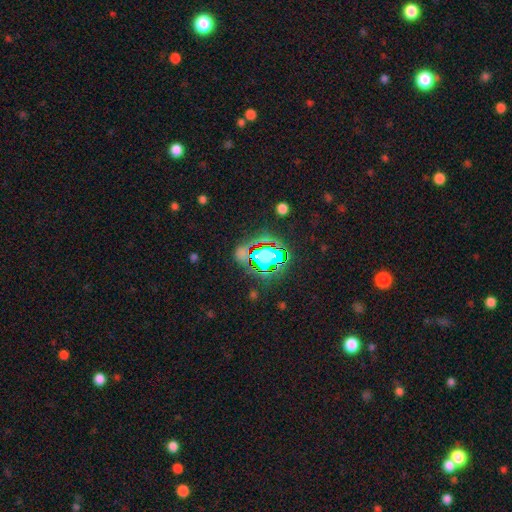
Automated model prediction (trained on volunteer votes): smooth-or-featured: star or artifact: 76% | smooth: 16% | featured or disk: 8%